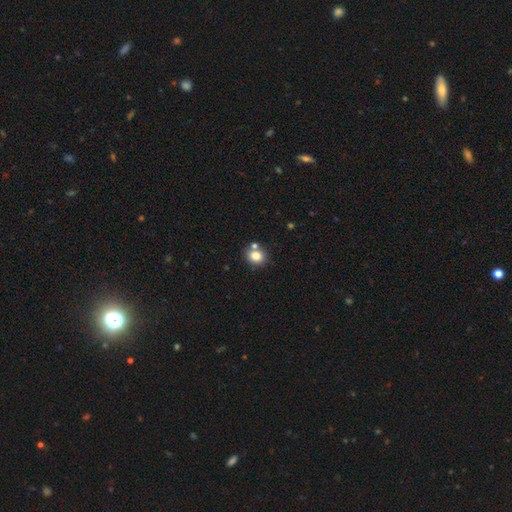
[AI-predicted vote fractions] Q: Smooth or featured?
A: smooth (82%); runner-up: star or artifact (11%)
Q: How rounded?
A: round (73%); runner-up: in between (26%)
Q: Merging?
A: none (67%); runner-up: merger (19%)